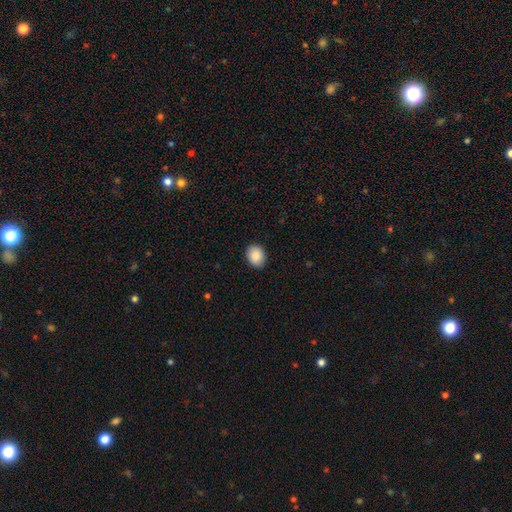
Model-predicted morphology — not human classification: This is clearly a smooth galaxy (88%). How rounded: possibly in between (52%). Merging: clearly none (90%).